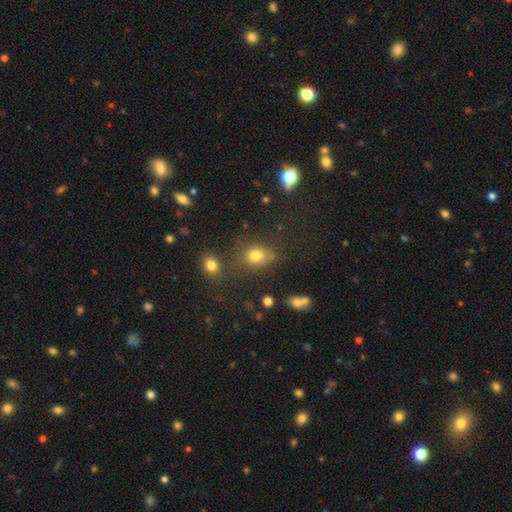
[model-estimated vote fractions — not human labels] Q: Smooth or featured?
A: smooth (75%); runner-up: star or artifact (16%)
Q: How rounded?
A: in between (55%); runner-up: round (43%)
Q: Merging?
A: none (66%); runner-up: minor disturbance (17%)